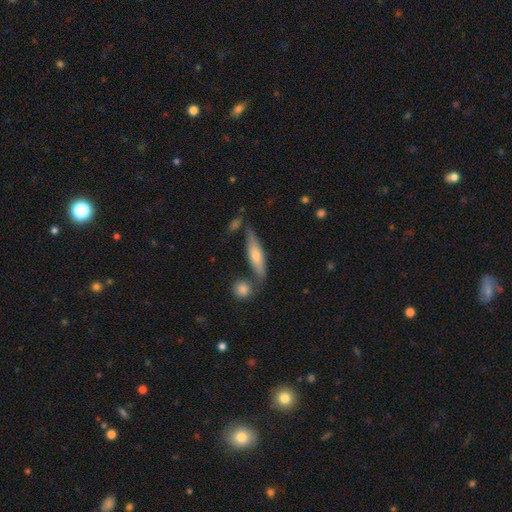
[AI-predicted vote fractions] This is possibly a smooth galaxy (54%). How rounded: likely cigar-shaped (71%). Merging: likely none (69%).